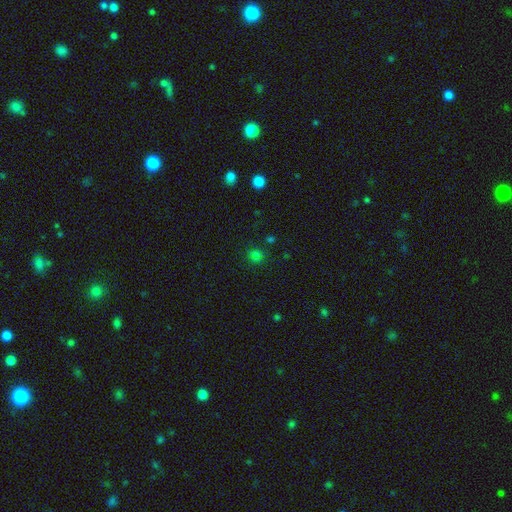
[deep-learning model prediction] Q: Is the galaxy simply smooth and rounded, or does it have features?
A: smooth — 63%.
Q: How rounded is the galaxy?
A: round — 82%.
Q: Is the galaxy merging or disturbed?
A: none — 77%.